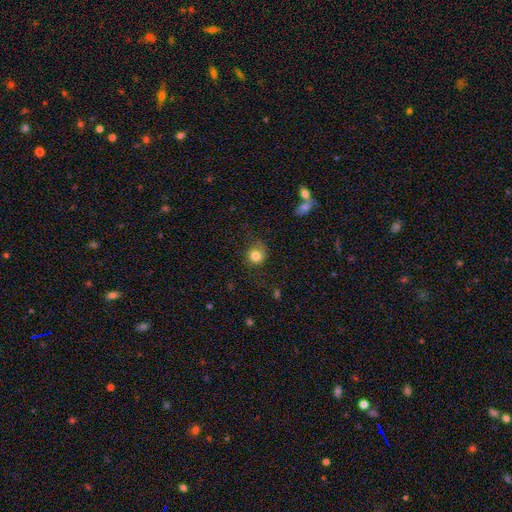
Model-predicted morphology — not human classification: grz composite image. It shows a smooth galaxy with no disk features (82%) that is round (83%). Merging: none (67%).